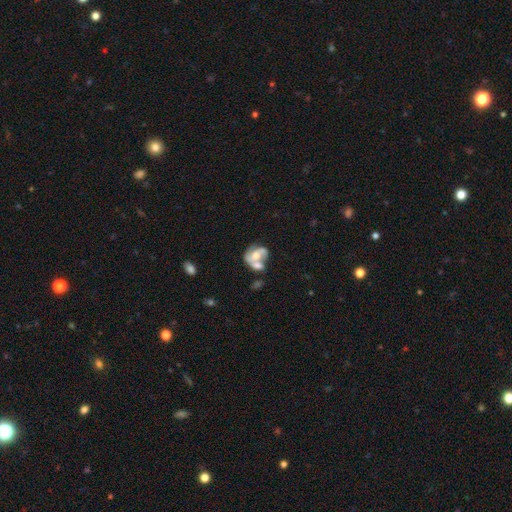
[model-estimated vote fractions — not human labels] featured or disk 63%, smooth 30%, star or artifact 8%. Down the decision tree: edge-on disk — no (97%); bar — no (68%); spiral arms — yes (66%); bulge size — moderate (48%); merging — merger (50%).